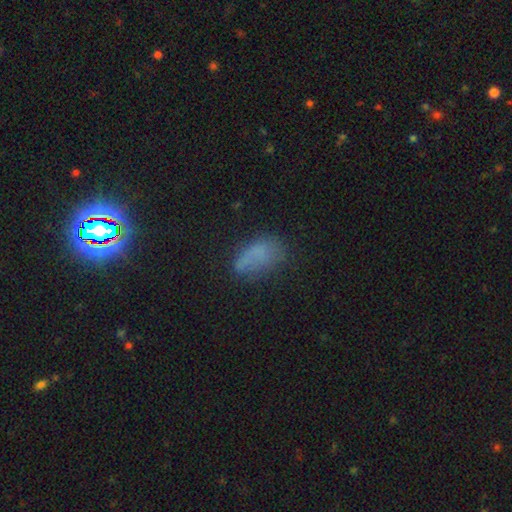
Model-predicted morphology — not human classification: Q: Smooth or featured?
A: smooth (64%); runner-up: star or artifact (19%)
Q: How rounded?
A: in between (88%); runner-up: round (7%)
Q: Merging?
A: none (50%); runner-up: minor disturbance (28%)